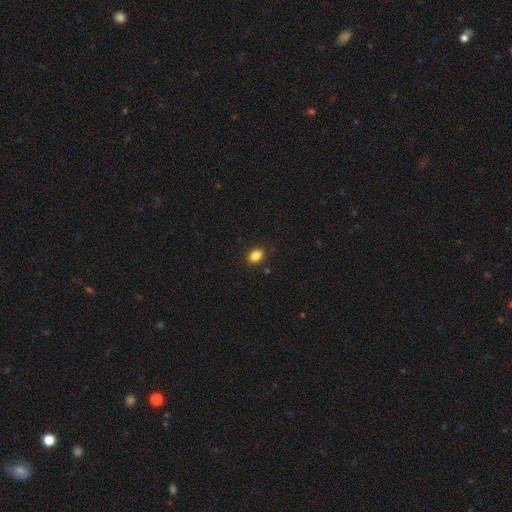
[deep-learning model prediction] Overall: smooth (86%). How rounded: in between (79%). Merging: none (87%).